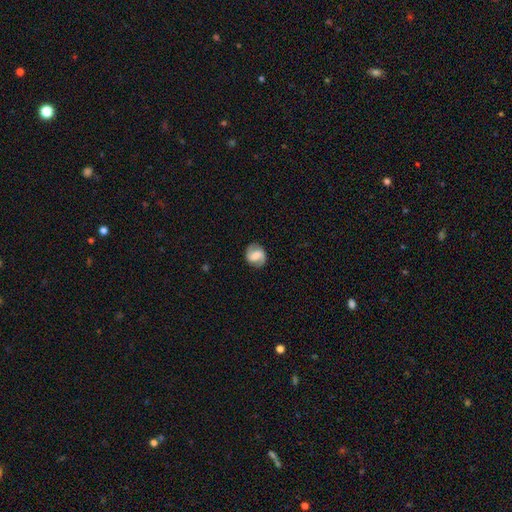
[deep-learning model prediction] smooth_or_featured: featured or disk (p=0.72) [alt: smooth p=0.22]
disk_edge_on: no (p=0.98) [alt: yes p=0.02]
bar: weak (p=0.47) [alt: strong p=0.29]
has_spiral_arms: yes (p=0.93) [alt: no p=0.07]
spiral_winding: medium (p=0.47) [alt: loose p=0.29]
spiral_arm_count: 2 (p=0.91) [alt: can't tell p=0.04]
bulge_size: moderate (p=0.44) [alt: small p=0.33]
merging: none (p=0.85) [alt: minor disturbance p=0.10]